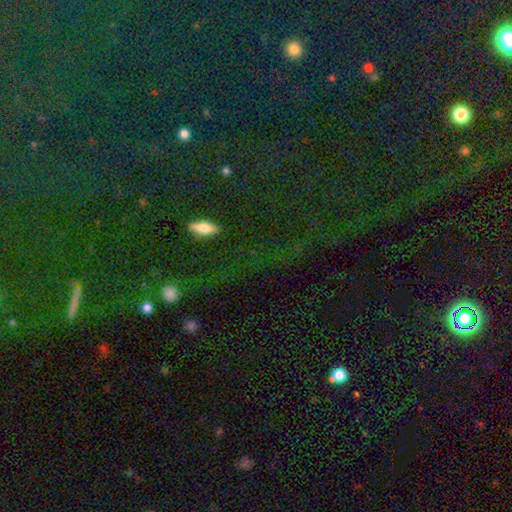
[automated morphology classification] Smooth or featured?
  - star or artifact: 72% *
  - smooth: 18%
  - featured or disk: 10%